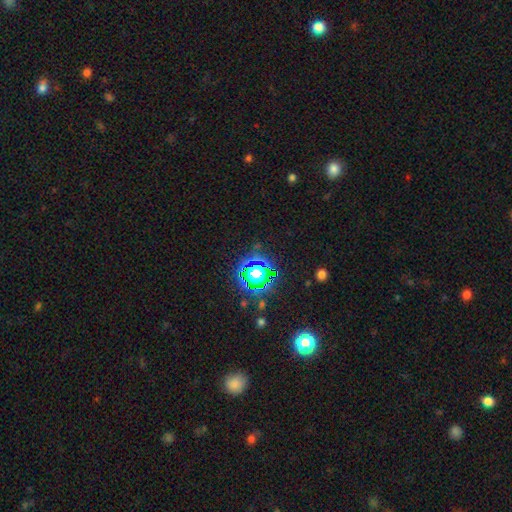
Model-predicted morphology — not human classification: This appears to be a star or artifact, not a galaxy (79%).